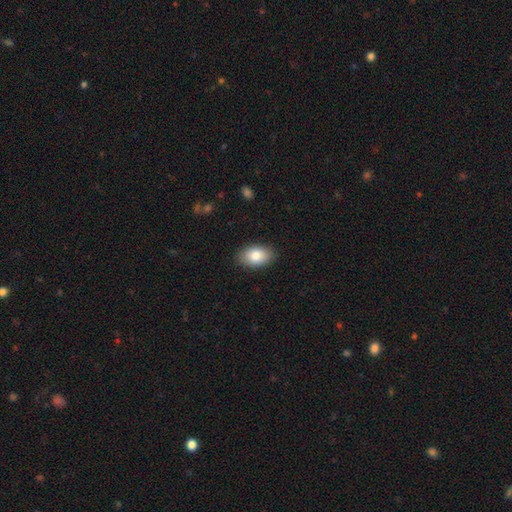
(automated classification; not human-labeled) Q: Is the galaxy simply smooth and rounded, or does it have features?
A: smooth — 83%.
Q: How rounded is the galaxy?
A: in between — 91%.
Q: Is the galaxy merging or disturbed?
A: none — 87%.